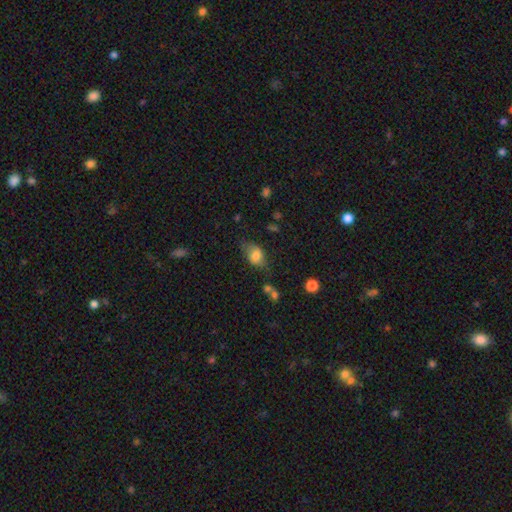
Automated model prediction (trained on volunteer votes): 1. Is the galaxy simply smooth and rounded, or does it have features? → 71% smooth, 19% featured or disk, 9% star or artifact.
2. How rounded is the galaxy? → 79% in between, 18% round, 3% cigar-shaped.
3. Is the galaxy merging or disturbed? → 56% none, 28% minor disturbance, 11% major disturbance, 5% merger.